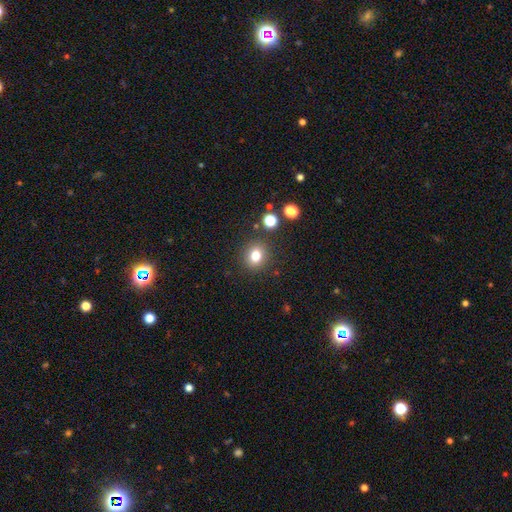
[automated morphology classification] Smooth or featured?
  - smooth: 80% *
  - star or artifact: 13%
  - featured or disk: 8%
How rounded?
  - round: 71% *
  - in between: 28%
  - cigar-shaped: 1%
Merging?
  - none: 86% *
  - minor disturbance: 8%
  - major disturbance: 3%
  - merger: 3%